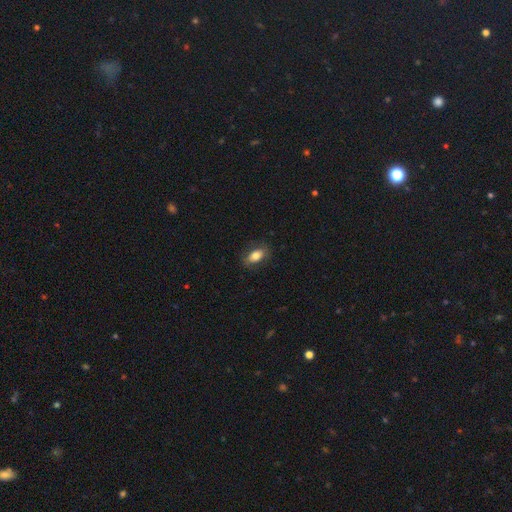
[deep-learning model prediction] This is likely a smooth galaxy (75%). How rounded: clearly in between (89%). Merging: clearly none (81%).